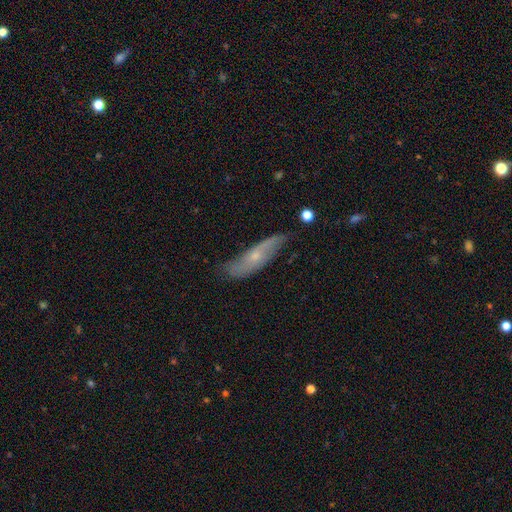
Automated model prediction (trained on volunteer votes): Morphology: type=featured or disk (54%); edge-on=no (63%); merging=none (60%).